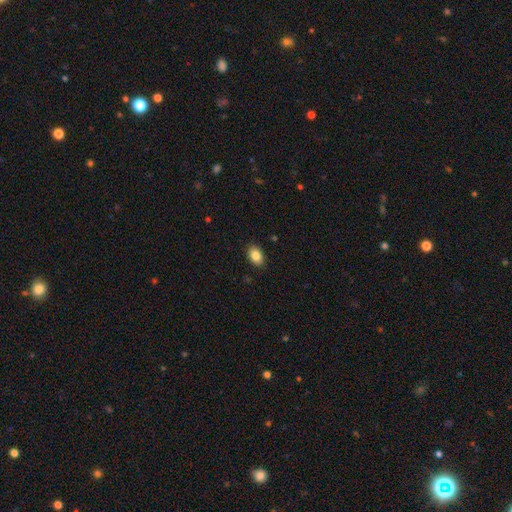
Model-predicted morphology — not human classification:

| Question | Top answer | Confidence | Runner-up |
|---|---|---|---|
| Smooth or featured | smooth | 86% | star or artifact (8%) |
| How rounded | in between | 87% | round (12%) |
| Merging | none | 88% | minor disturbance (9%) |